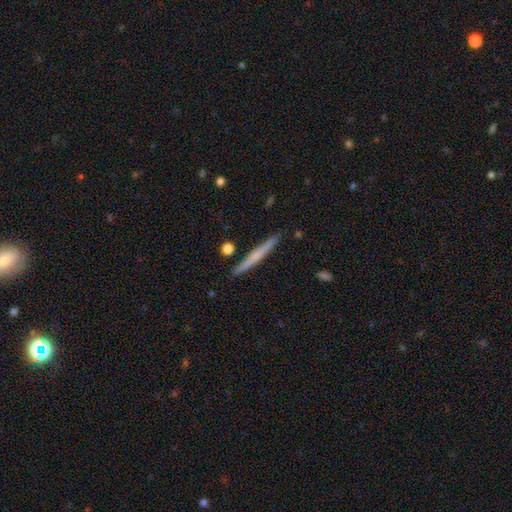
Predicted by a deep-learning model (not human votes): This is possibly a featured or disk galaxy (49%). Merging: clearly none (90%).